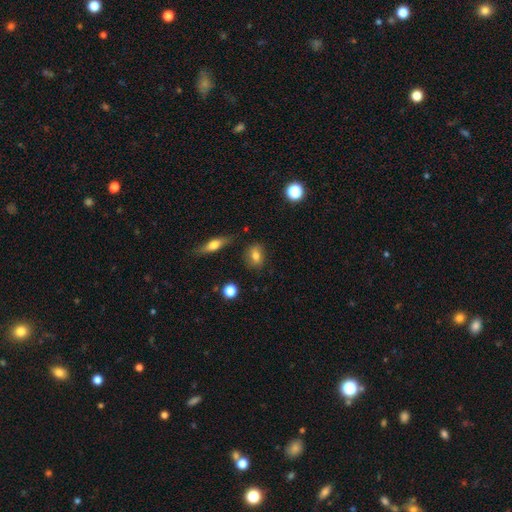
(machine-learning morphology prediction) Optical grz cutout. It shows a smooth galaxy with no disk features (74%) that is in between round and cigar-shaped (58%). Merging: none (79%).